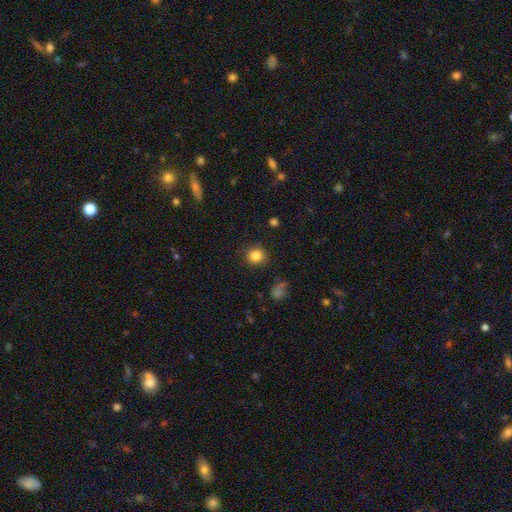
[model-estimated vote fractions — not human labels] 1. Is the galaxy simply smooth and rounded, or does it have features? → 84% smooth, 11% star or artifact, 5% featured or disk.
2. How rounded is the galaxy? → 88% round, 11% in between, 1% cigar-shaped.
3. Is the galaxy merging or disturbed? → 84% none, 11% minor disturbance, 3% major disturbance, 2% merger.